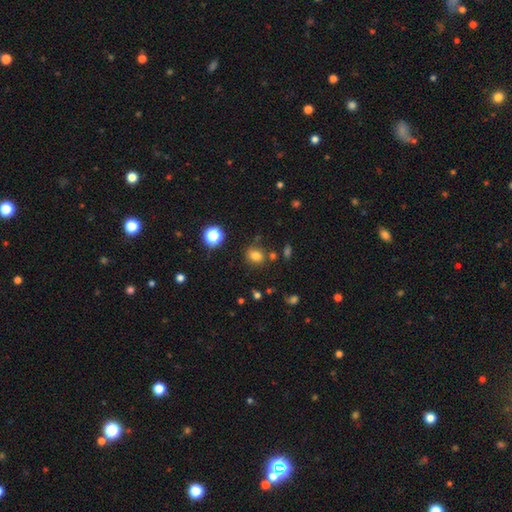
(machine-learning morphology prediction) smooth-or-featured: smooth: 77% | star or artifact: 16% | featured or disk: 6%
  how-rounded: round: 57% | in between: 42% | cigar-shaped: 1%
  merging: none: 75% | minor disturbance: 14% | merger: 7% | major disturbance: 4%